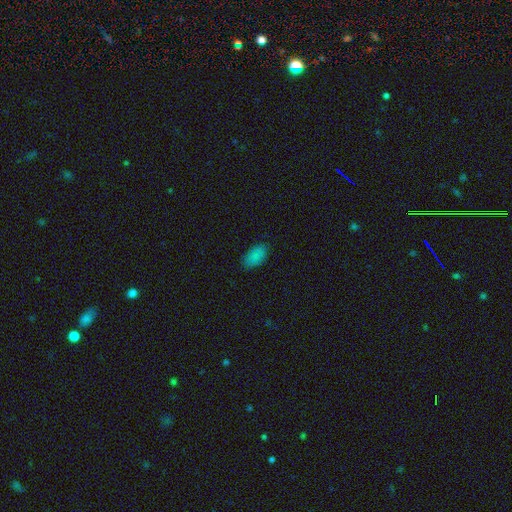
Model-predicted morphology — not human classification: Smooth or featured: smooth — 86% (star or artifact — 10%)
How rounded: in between — 94% (round — 3%)
Merging: none — 84% (minor disturbance — 12%)